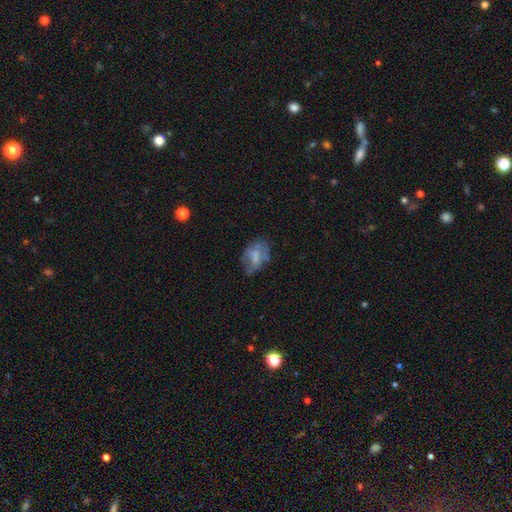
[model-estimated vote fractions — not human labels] Morphology: type=smooth (54%); roundness=in between (85%); merging=none (47%).